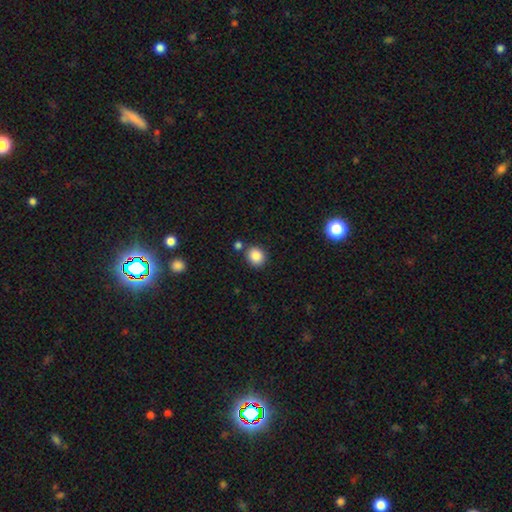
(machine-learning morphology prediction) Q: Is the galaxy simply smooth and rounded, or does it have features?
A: smooth — 86%.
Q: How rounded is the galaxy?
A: round — 75%.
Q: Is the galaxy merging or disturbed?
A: none — 80%.